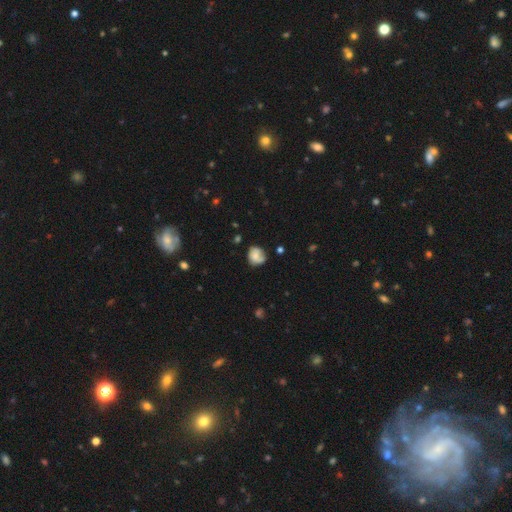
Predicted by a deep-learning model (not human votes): A smooth galaxy with no disk features (66%) that is round (72%). Merging: none (54%).